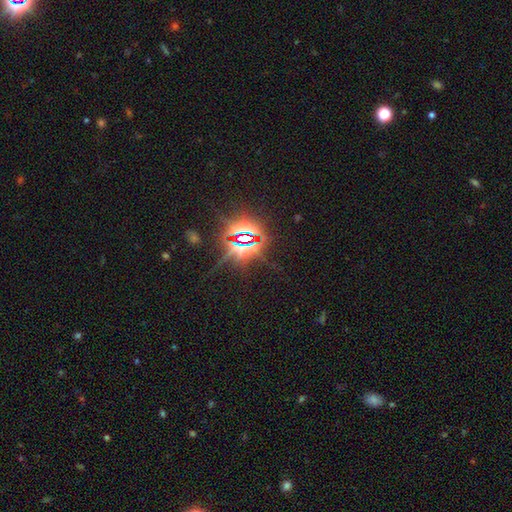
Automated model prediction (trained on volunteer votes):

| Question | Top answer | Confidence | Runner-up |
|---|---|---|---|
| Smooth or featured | star or artifact | 84% | smooth (10%) |